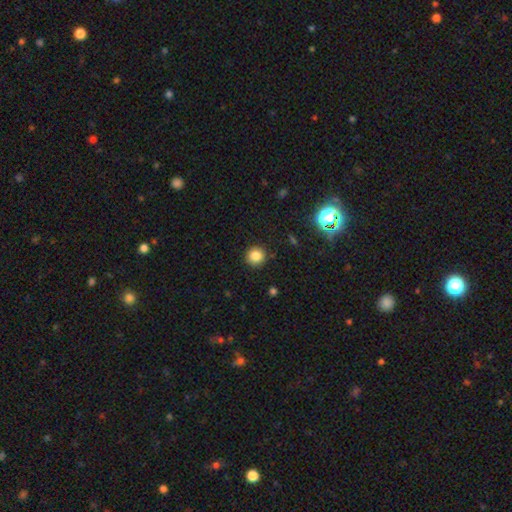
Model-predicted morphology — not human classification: Q: Smooth or featured?
A: smooth (83%); runner-up: star or artifact (12%)
Q: How rounded?
A: round (93%); runner-up: in between (6%)
Q: Merging?
A: none (90%); runner-up: minor disturbance (7%)